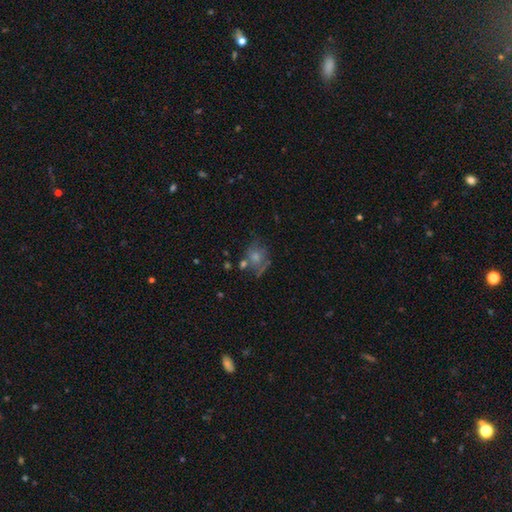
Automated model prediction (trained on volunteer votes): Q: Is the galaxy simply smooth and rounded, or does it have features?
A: featured or disk — 40%.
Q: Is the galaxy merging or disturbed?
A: none — 56%.